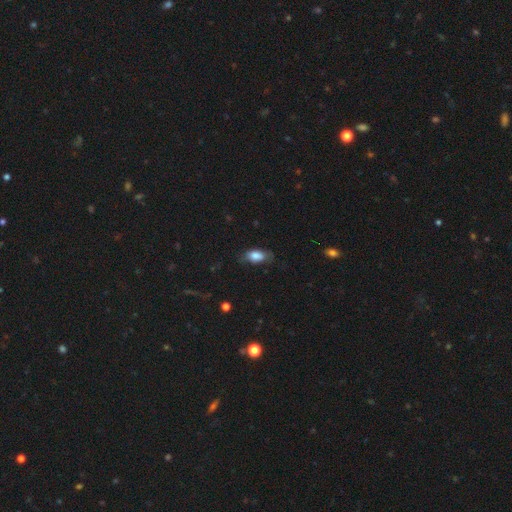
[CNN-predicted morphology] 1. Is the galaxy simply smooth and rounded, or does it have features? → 78% smooth, 14% featured or disk, 8% star or artifact.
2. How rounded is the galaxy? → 88% in between, 7% cigar-shaped, 5% round.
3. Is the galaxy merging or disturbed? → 64% none, 26% minor disturbance, 9% major disturbance, 1% merger.